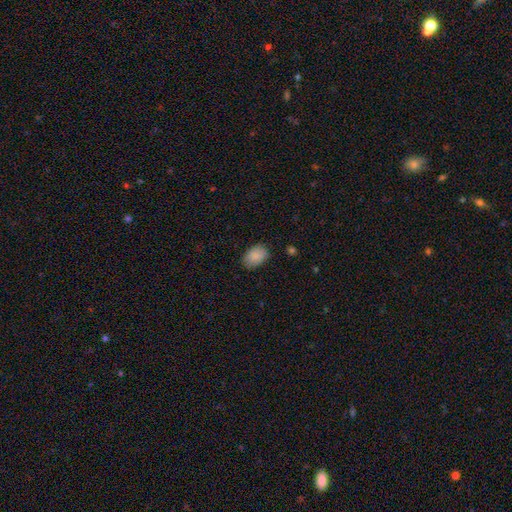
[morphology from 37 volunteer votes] Q: Smooth or featured?
A: smooth (97%); runner-up: star or artifact (3%)
Q: How rounded?
A: in between (92%); runner-up: round (8%)
Q: Merging?
A: none (81%); runner-up: minor disturbance (19%)